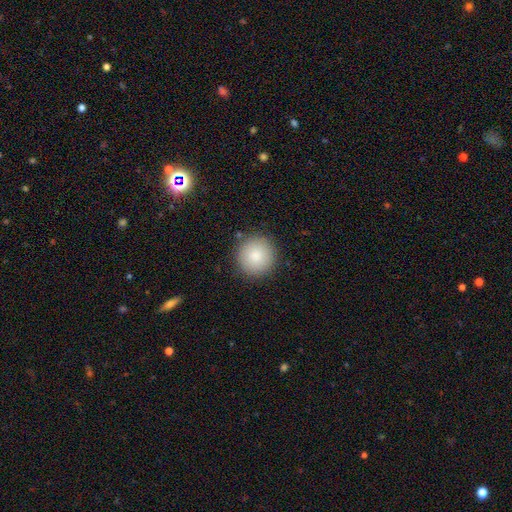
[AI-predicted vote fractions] Smooth or featured? Predicted: smooth (p=0.86). How rounded? Predicted: round (p=0.96). Merging? Predicted: none (p=0.89).